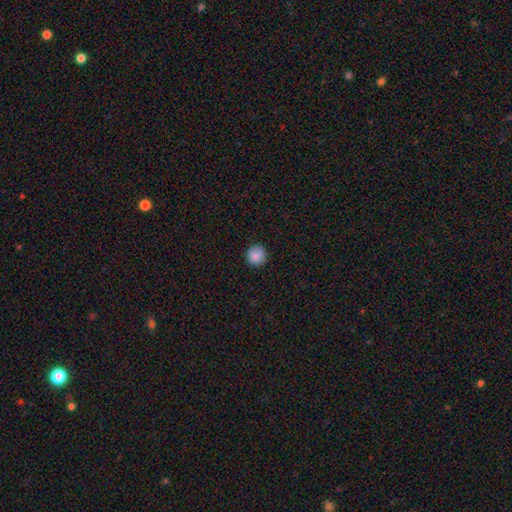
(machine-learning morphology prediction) Smooth or featured? Predicted: smooth (p=0.88). How rounded? Predicted: round (p=0.95). Merging? Predicted: none (p=0.91).